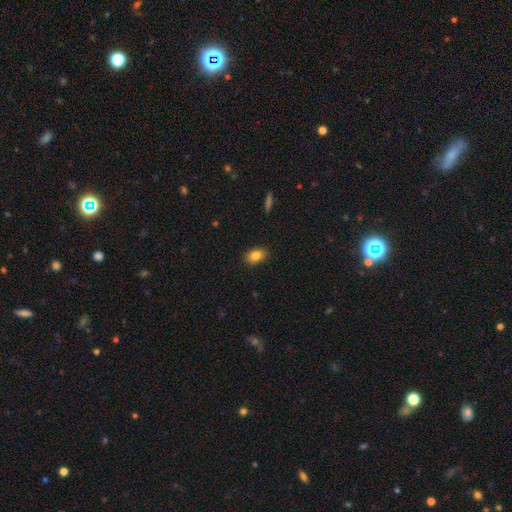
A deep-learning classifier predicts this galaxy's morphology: smooth 84%, star or artifact 9%, featured or disk 8%. Down the decision tree: how rounded — in between (82%); merging — none (88%).